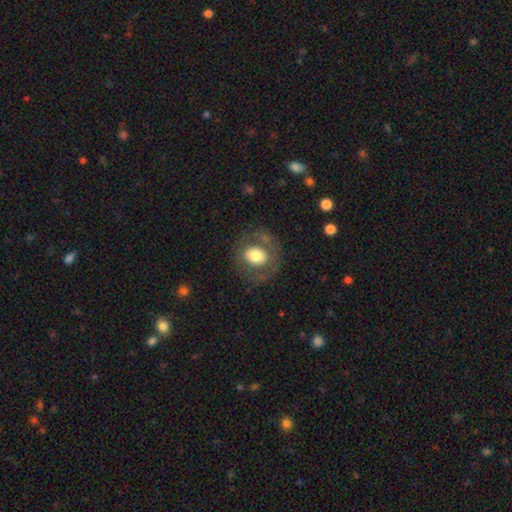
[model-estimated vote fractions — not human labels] Q: Smooth or featured?
A: smooth (64%); runner-up: featured or disk (28%)
Q: How rounded?
A: round (77%); runner-up: in between (22%)
Q: Merging?
A: none (73%); runner-up: minor disturbance (14%)